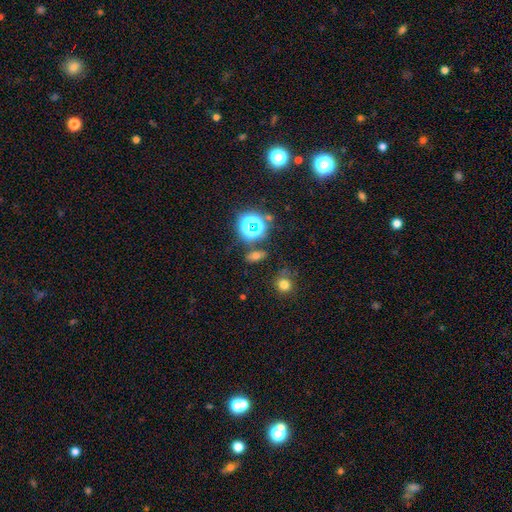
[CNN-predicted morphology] Smooth or featured? Predicted: smooth (p=0.55). How rounded? Predicted: in between (p=0.66). Merging? Predicted: none (p=0.81).